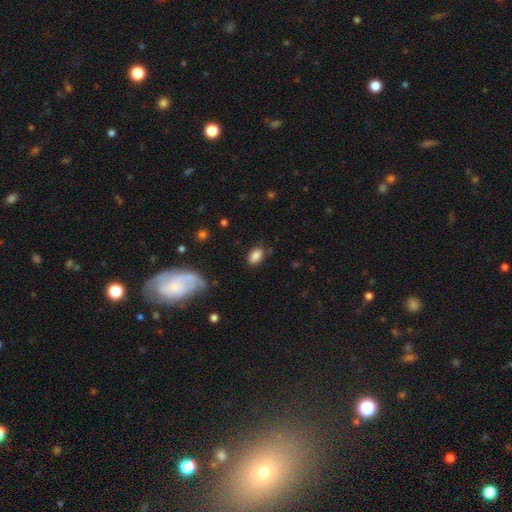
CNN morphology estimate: type=smooth (85%); roundness=in between (87%); merging=none (80%).